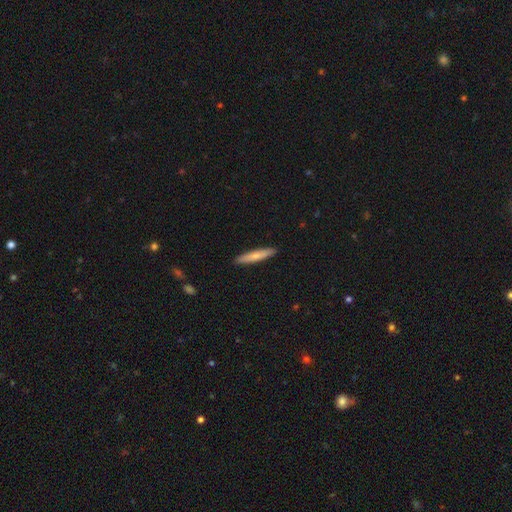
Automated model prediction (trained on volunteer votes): smooth-or-featured: smooth: 68% | featured or disk: 27% | star or artifact: 5%
  how-rounded: cigar-shaped: 91% | in between: 7% | round: 1%
  merging: none: 91% | minor disturbance: 7% | major disturbance: 1% | merger: 1%